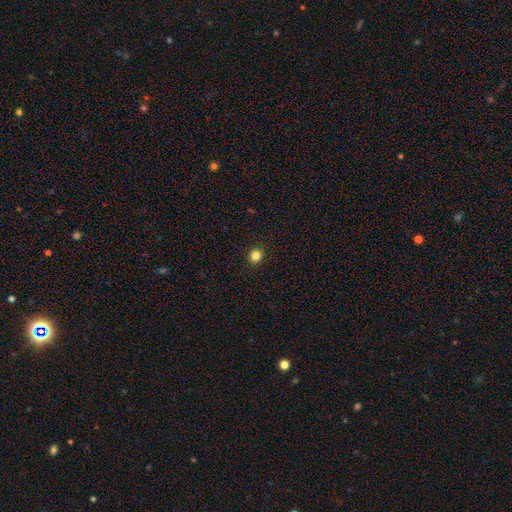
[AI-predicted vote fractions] A smooth galaxy with no disk features (83%) that is round (82%).

Vote fractions:
- Smooth or featured? smooth: 83% / star or artifact: 12% / featured or disk: 5%
- How rounded? round: 82% / in between: 17% / cigar-shaped: 1%
- Merging? none: 92% / minor disturbance: 5% / major disturbance: 2% / merger: 1%